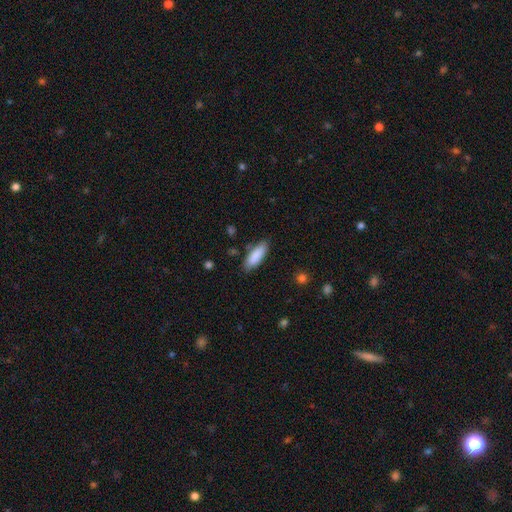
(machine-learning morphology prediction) smooth 88%, featured or disk 6%, star or artifact 6%. Down the decision tree: how rounded — in between (63%); merging — none (81%).